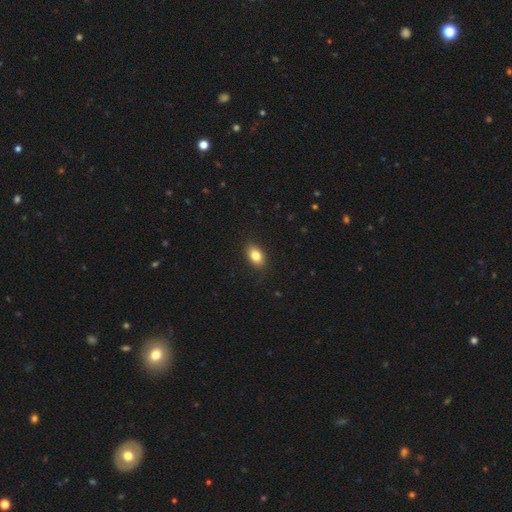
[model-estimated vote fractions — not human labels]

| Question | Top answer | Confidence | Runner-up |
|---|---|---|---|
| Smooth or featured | smooth | 82% | featured or disk (10%) |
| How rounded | in between | 83% | round (15%) |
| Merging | none | 86% | minor disturbance (11%) |